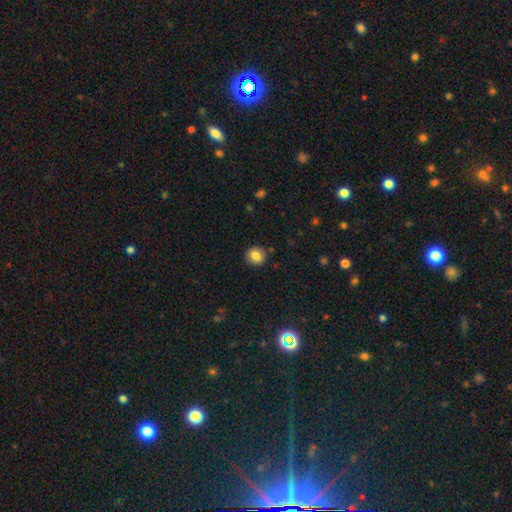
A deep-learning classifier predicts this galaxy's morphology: Q: Smooth or featured?
A: smooth (83%); runner-up: star or artifact (10%)
Q: How rounded?
A: round (87%); runner-up: in between (12%)
Q: Merging?
A: none (90%); runner-up: minor disturbance (7%)